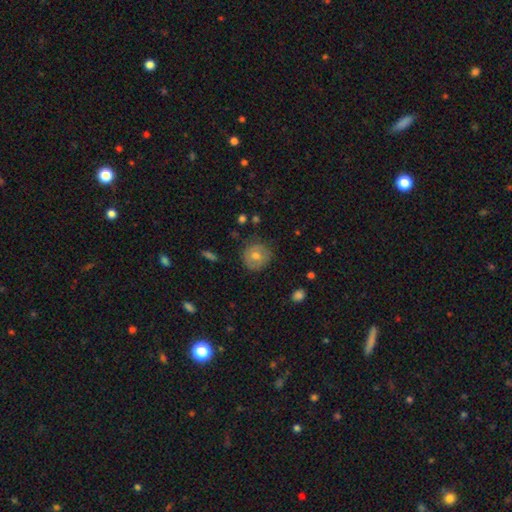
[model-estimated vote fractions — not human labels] Smooth or featured: smooth — 62% (featured or disk — 27%)
How rounded: round — 89% (in between — 10%)
Merging: none — 79% (minor disturbance — 15%)